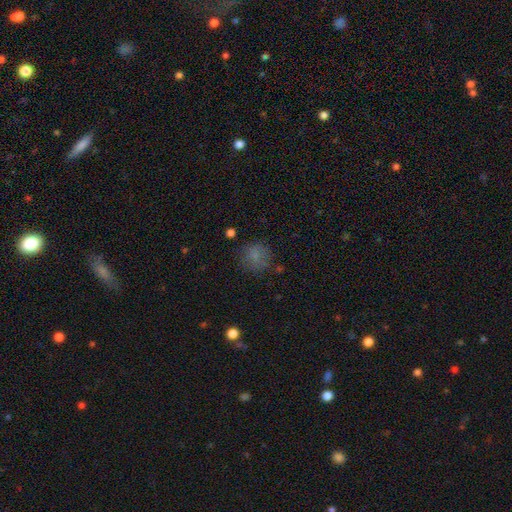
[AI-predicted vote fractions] A smooth galaxy with no disk features (73%) that is round (83%).

Vote fractions:
- Smooth or featured? smooth: 73% / star or artifact: 15% / featured or disk: 12%
- How rounded? round: 83% / in between: 16% / cigar-shaped: 1%
- Merging? none: 69% / minor disturbance: 19% / major disturbance: 10% / merger: 3%